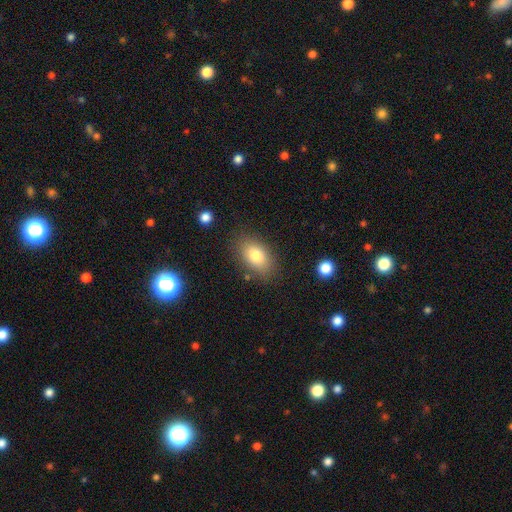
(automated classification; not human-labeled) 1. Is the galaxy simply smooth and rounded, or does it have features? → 80% smooth, 12% featured or disk, 9% star or artifact.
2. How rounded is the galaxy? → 86% in between, 12% round, 2% cigar-shaped.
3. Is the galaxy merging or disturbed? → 82% none, 12% minor disturbance, 4% major disturbance, 2% merger.